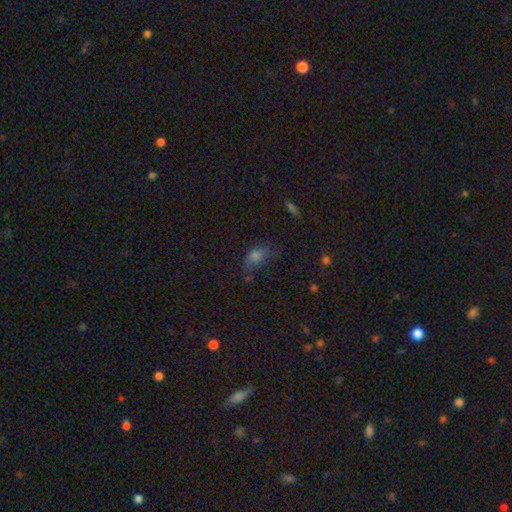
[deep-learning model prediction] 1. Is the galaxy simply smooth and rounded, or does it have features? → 66% smooth, 21% star or artifact, 13% featured or disk.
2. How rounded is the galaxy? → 78% in between, 17% round, 6% cigar-shaped.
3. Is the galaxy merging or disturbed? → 52% none, 30% minor disturbance, 14% major disturbance, 4% merger.